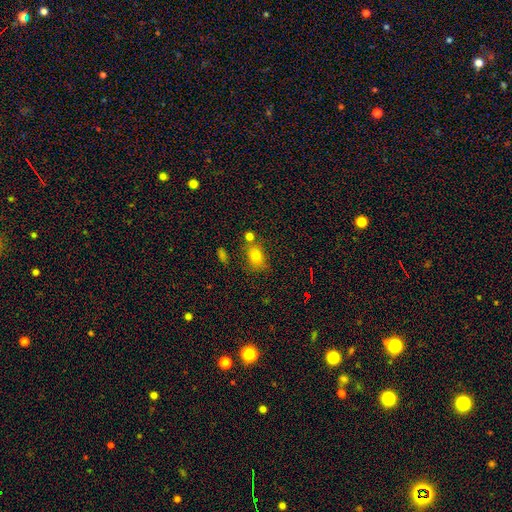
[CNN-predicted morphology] Smooth or featured: smooth — 79% (star or artifact — 13%)
How rounded: in between — 65% (round — 33%)
Merging: none — 61% (minor disturbance — 17%)